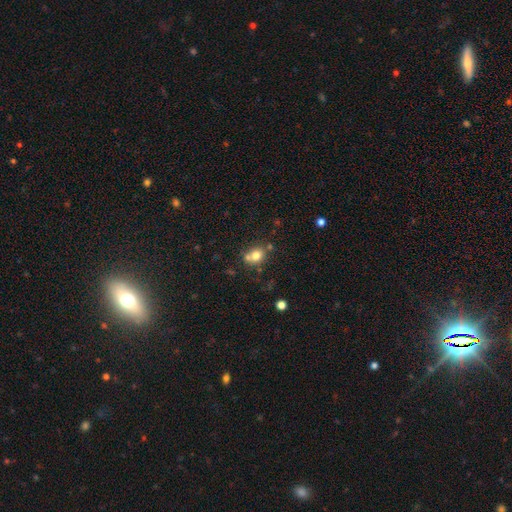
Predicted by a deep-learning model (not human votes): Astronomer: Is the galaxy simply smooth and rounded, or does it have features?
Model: smooth — 75%.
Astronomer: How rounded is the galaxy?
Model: round — 68%.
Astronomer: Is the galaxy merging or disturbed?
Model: none — 57%.